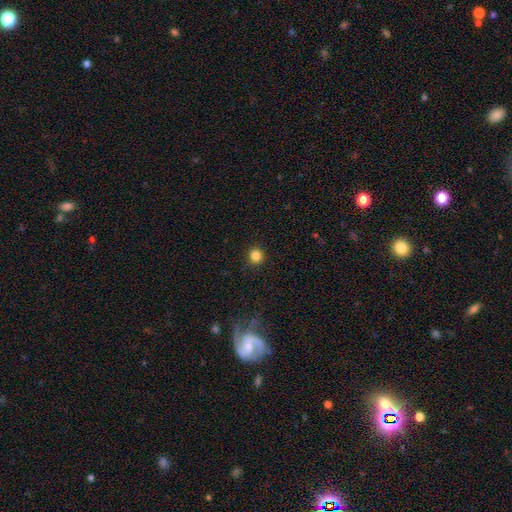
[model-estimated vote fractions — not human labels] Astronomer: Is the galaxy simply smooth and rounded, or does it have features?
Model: smooth — 83%.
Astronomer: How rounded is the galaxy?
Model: round — 91%.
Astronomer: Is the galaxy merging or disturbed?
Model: none — 91%.